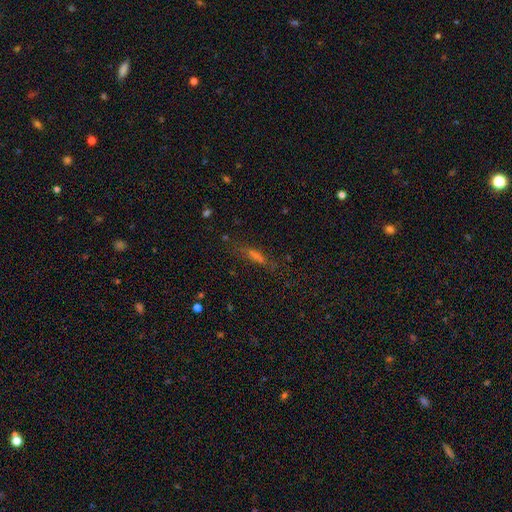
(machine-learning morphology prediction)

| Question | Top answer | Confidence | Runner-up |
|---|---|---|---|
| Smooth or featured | smooth | 46% | featured or disk (29%) |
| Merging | none | 72% | minor disturbance (17%) |